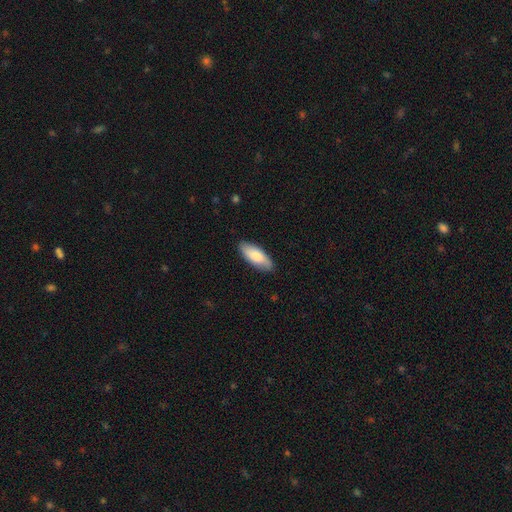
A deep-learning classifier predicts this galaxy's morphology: A smooth galaxy with no disk features (79%) that is in between round and cigar-shaped (80%).

Vote fractions:
- Smooth or featured? smooth: 79% / featured or disk: 16% / star or artifact: 5%
- How rounded? in between: 80% / cigar-shaped: 18% / round: 2%
- Merging? none: 86% / minor disturbance: 11% / major disturbance: 2% / merger: 1%